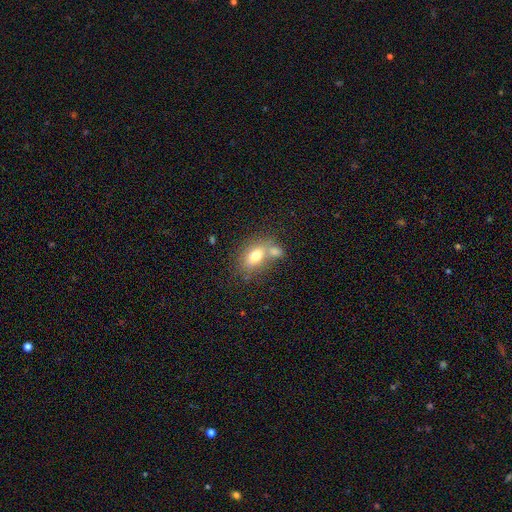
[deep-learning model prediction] A smooth galaxy with no disk features (71%) that is in between round and cigar-shaped (83%). Merging: merger (43%).